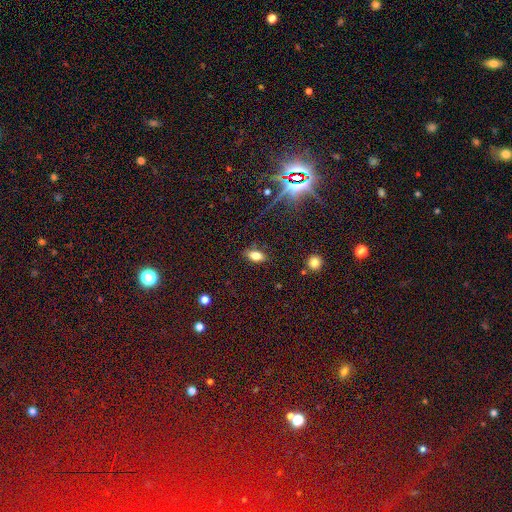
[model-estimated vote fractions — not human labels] Smooth or featured?
  - smooth: 77% *
  - star or artifact: 12%
  - featured or disk: 11%
How rounded?
  - in between: 88% *
  - cigar-shaped: 7%
  - round: 5%
Merging?
  - none: 84% *
  - minor disturbance: 11%
  - major disturbance: 3%
  - merger: 2%